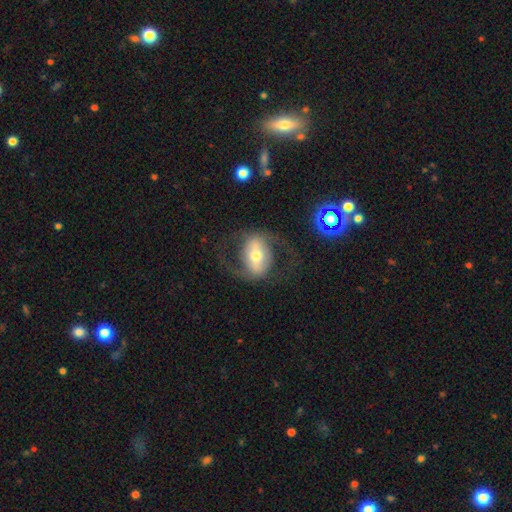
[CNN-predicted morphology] Overall: featured or disk (71%). Edge-on disk: no (93%). Bar: strong (51%; weak 27%). Spiral arms: yes (69%; no 31%). Bulge size: moderate (59%; small 29%). Merging: none (68%).